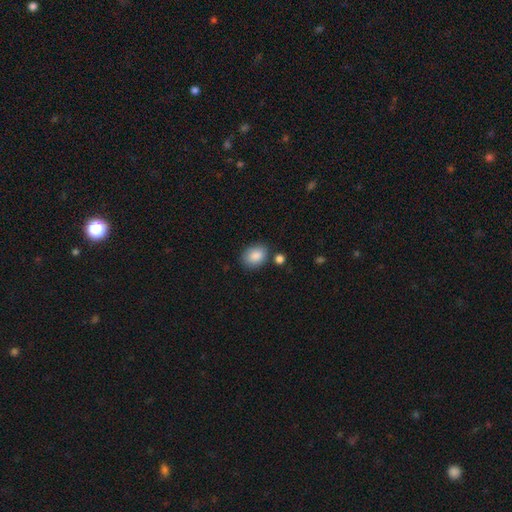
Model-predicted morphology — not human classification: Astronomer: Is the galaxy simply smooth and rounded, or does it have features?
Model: smooth — 88%.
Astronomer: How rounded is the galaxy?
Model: in between — 66%.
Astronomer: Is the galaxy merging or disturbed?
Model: none — 77%.